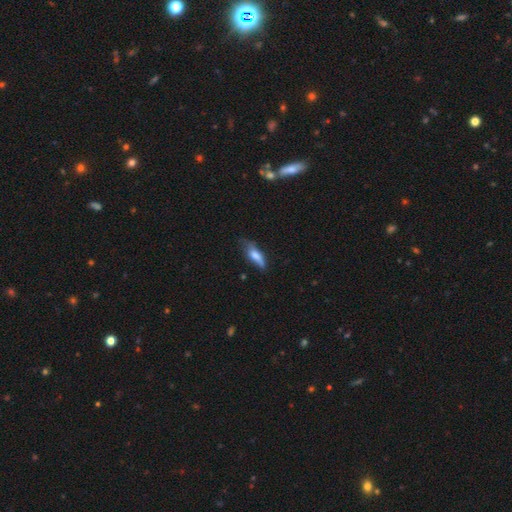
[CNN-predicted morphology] A smooth galaxy with no disk features (68%) that is in between round and cigar-shaped (56%).

Vote fractions:
- Smooth or featured? smooth: 68% / featured or disk: 24% / star or artifact: 8%
- How rounded? in between: 56% / cigar-shaped: 41% / round: 3%
- Merging? none: 42% / minor disturbance: 37% / major disturbance: 17% / merger: 3%